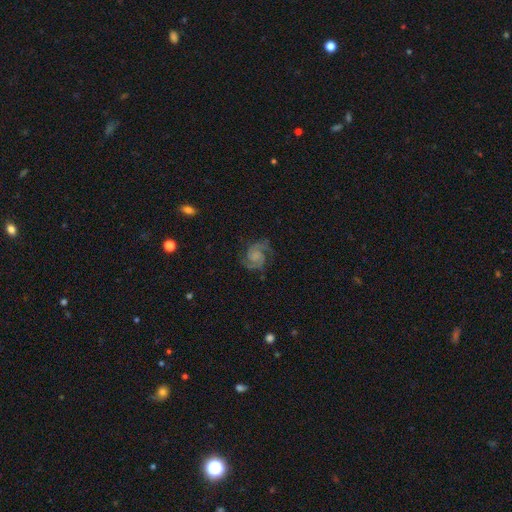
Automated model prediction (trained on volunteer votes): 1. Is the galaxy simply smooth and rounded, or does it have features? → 85% featured or disk, 8% smooth, 7% star or artifact.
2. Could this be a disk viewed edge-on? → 98% no, 2% yes.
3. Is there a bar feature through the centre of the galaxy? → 63% no, 31% weak, 6% strong.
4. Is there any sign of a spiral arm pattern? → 97% yes, 3% no.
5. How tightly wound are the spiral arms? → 54% medium, 30% tight, 17% loose.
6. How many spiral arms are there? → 85% 2, 6% 3, 4% can't tell, 2% 1, 2% 4, 2% more than 4.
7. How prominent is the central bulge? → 45% none, 31% small, 17% moderate, 5% large, 2% dominant.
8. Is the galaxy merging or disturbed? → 74% none, 16% minor disturbance, 9% major disturbance, 1% merger.